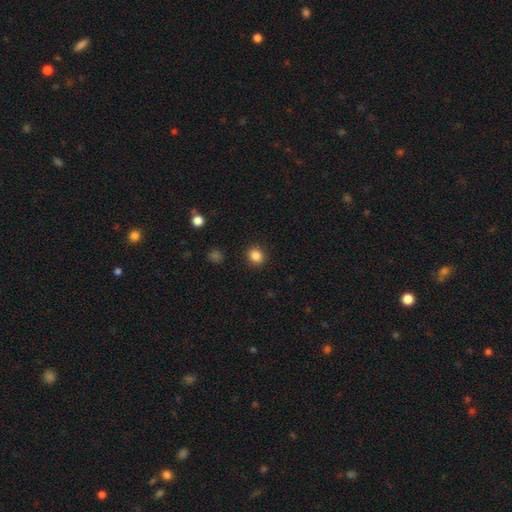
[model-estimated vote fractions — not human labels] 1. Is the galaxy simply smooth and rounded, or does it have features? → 85% smooth, 11% star or artifact, 4% featured or disk.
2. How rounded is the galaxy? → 78% round, 21% in between, 1% cigar-shaped.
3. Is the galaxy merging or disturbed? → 91% none, 6% minor disturbance, 2% major disturbance, 1% merger.